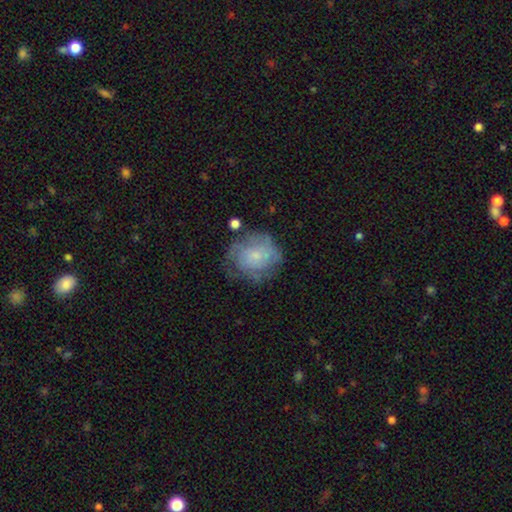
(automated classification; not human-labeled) A featured or disk galaxy (54%) with no bar (80%), spiral arms (73%) and a small central bulge (70%).

Vote fractions:
- Smooth or featured? featured or disk: 54% / smooth: 37% / star or artifact: 9%
- Edge-on disk? no: 98% / yes: 2%
- Bar? no: 80% / weak: 18% / strong: 3%
- Spiral arms? yes: 73% / no: 27%
- Bulge size? small: 70% / moderate: 17% / none: 9% / large: 2% / dominant: 1%
- Merging? none: 58% / minor disturbance: 24% / major disturbance: 15% / merger: 3%